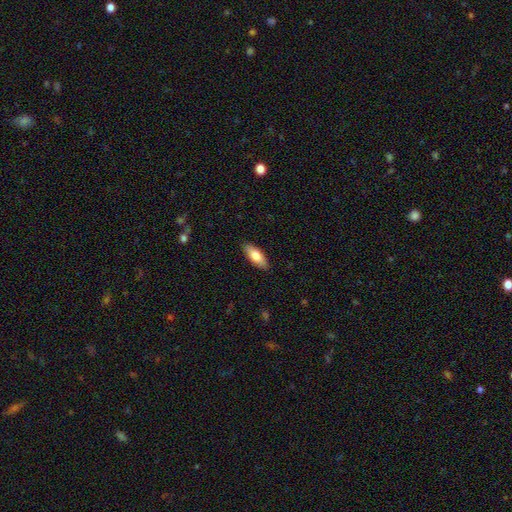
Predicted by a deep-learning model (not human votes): smooth_or_featured: smooth (p=0.76) [alt: featured or disk p=0.18]
how_rounded: in between (p=0.74) [alt: cigar-shaped p=0.24]
merging: none (p=0.88) [alt: minor disturbance p=0.09]